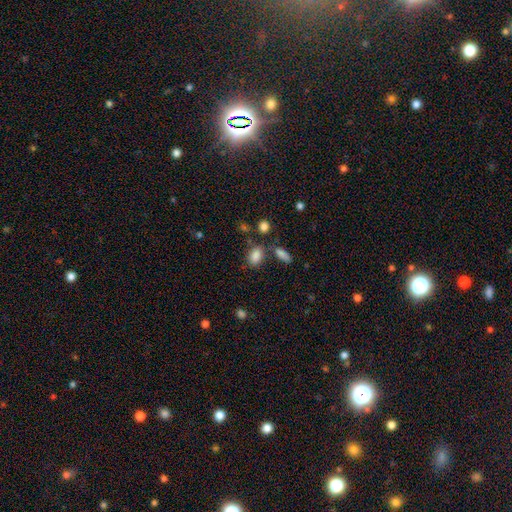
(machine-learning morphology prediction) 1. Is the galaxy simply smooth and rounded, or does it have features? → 85% smooth, 9% star or artifact, 6% featured or disk.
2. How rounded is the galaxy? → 84% in between, 14% round, 2% cigar-shaped.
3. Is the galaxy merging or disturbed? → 70% none, 13% minor disturbance, 12% merger, 5% major disturbance.